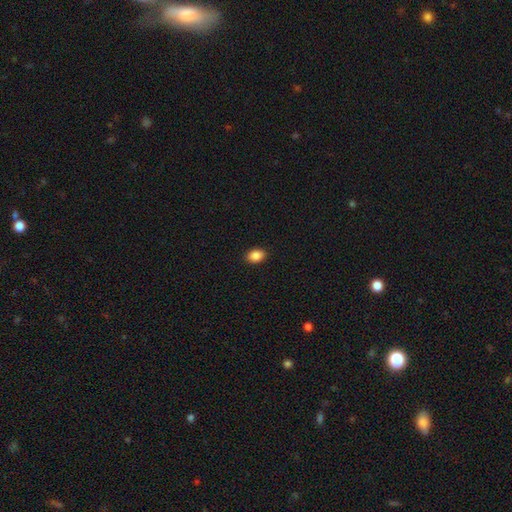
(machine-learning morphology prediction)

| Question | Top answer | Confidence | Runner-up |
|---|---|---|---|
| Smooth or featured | smooth | 88% | star or artifact (9%) |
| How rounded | in between | 81% | round (18%) |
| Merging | none | 91% | minor disturbance (7%) |